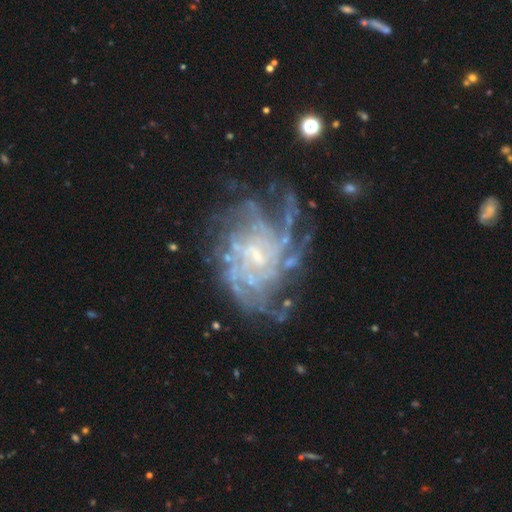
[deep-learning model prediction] This is clearly a featured or disk galaxy (87%). It is clearly not viewed edge-on (98%). Bar: possibly no (46%). Spiral arm pattern: clearly yes (92%). Spiral arm count: marginally can't tell (37%). Spiral winding: possibly tight (54%). Central bulge: likely small (62%). Merging: likely none (60%).